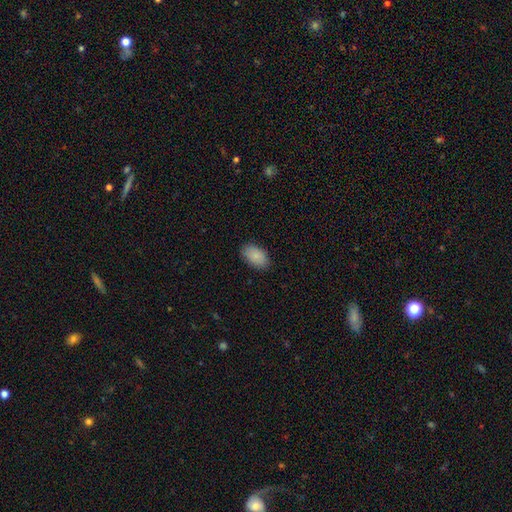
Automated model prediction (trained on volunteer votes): Q: Smooth or featured?
A: smooth (88%); runner-up: star or artifact (7%)
Q: How rounded?
A: in between (93%); runner-up: round (5%)
Q: Merging?
A: none (86%); runner-up: minor disturbance (11%)